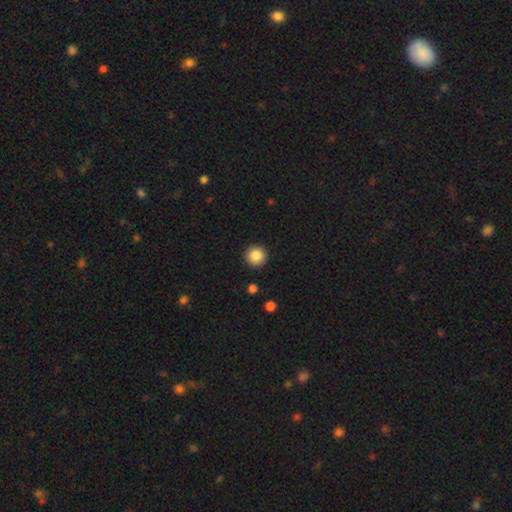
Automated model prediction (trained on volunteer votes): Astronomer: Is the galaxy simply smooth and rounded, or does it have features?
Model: smooth — 86%.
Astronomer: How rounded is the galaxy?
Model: round — 96%.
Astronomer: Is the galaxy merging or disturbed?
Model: none — 92%.